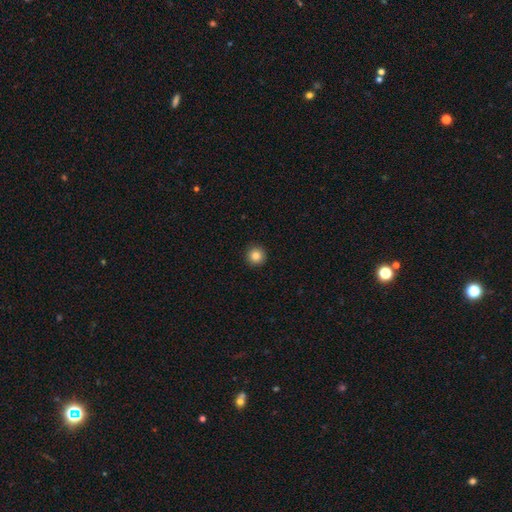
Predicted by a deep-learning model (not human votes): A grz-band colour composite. It shows a smooth galaxy with no disk features (85%) that is round (96%). Merging: none (93%).